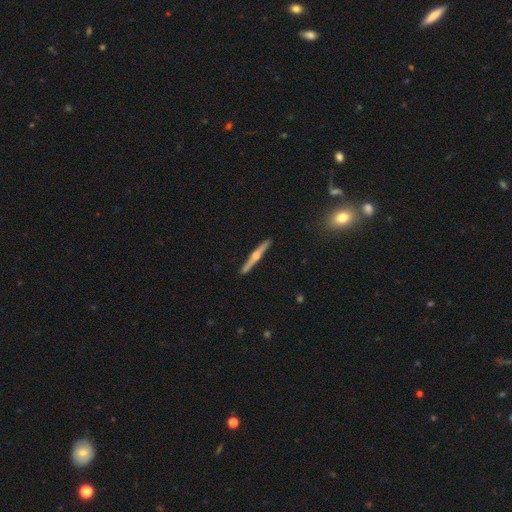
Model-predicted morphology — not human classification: type=featured or disk (74%); edge-on=yes (98%); edge-on bulge=rounded (89%); merging=none (91%).